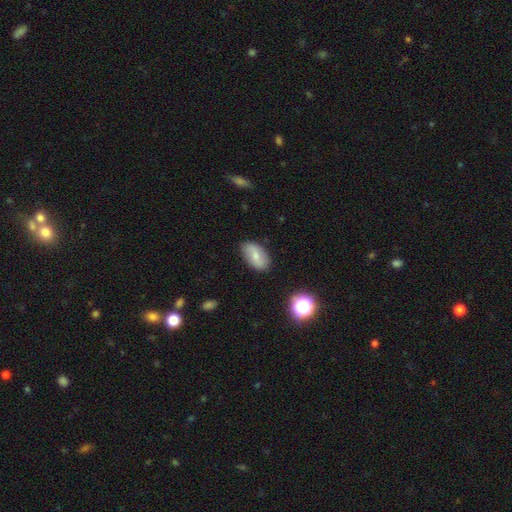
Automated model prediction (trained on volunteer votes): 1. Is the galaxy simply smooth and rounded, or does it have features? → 62% smooth, 29% featured or disk, 9% star or artifact.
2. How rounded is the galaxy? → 92% in between, 5% round, 3% cigar-shaped.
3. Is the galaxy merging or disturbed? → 81% none, 14% minor disturbance, 3% major disturbance, 2% merger.